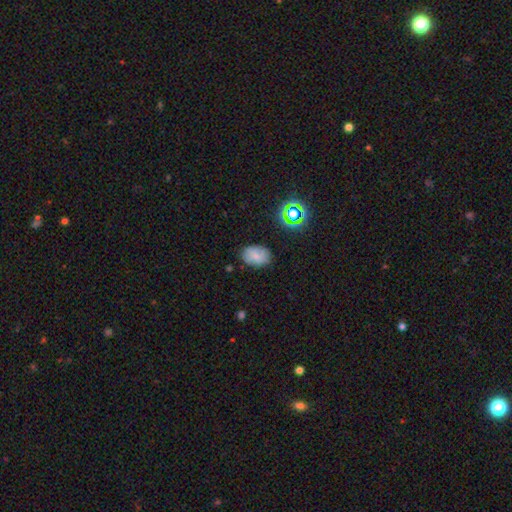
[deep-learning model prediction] A smooth galaxy with no disk features (71%) that is in between round and cigar-shaped (78%).

Vote fractions:
- Smooth or featured? smooth: 71% / featured or disk: 16% / star or artifact: 13%
- How rounded? in between: 78% / round: 20% / cigar-shaped: 1%
- Merging? none: 79% / minor disturbance: 15% / major disturbance: 4% / merger: 2%